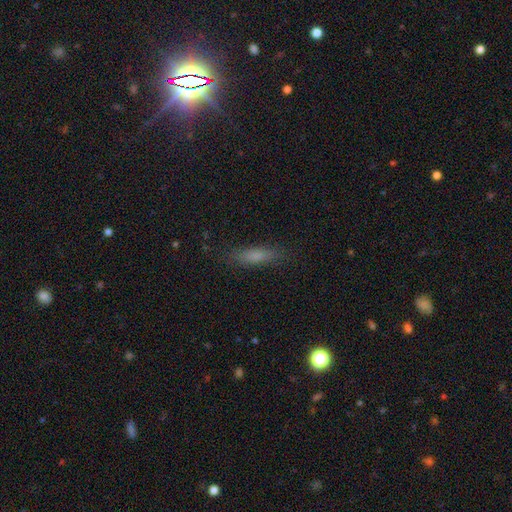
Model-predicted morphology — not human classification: Smooth or featured? Predicted: smooth (p=0.71). How rounded? Predicted: cigar-shaped (p=0.72). Merging? Predicted: none (p=0.84).